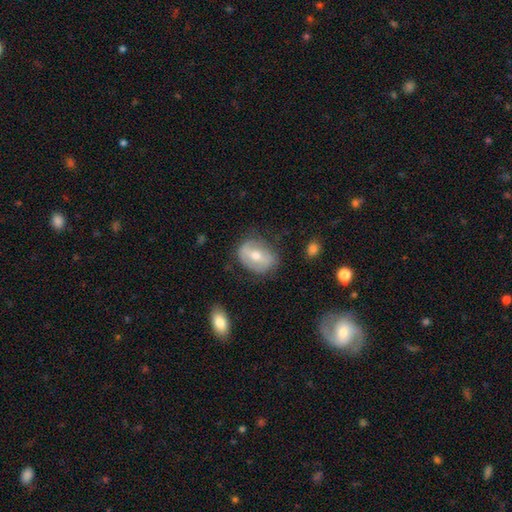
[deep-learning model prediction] The model was most divided on "smooth or featured": featured or disk: 53%, smooth: 40%, star or artifact: 7%. More confident: edge-on disk — no (92%); merging — none (66%).